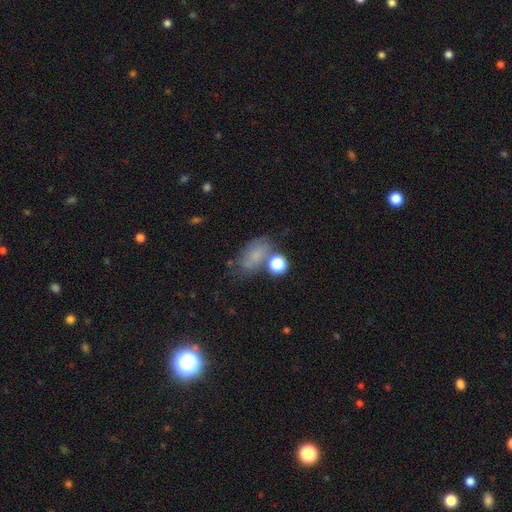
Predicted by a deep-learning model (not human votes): A smooth galaxy with no disk features (64%) that is in between round and cigar-shaped (79%). Merging: none (44%).